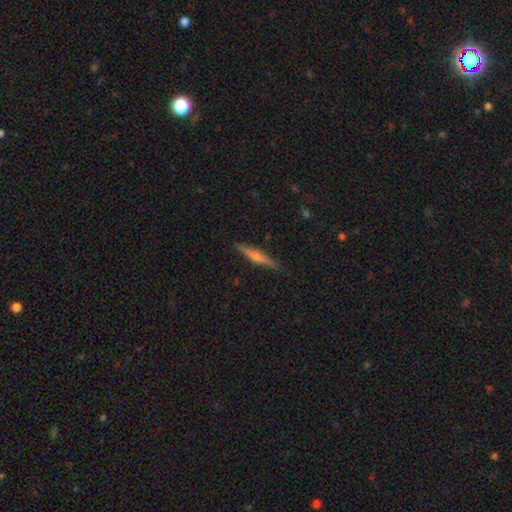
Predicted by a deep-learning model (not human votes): Smooth or featured?
  - featured or disk: 57% *
  - smooth: 36%
  - star or artifact: 7%
Edge-on disk?
  - yes: 97% *
  - no: 3%
Edge-on bulge?
  - rounded: 73% *
  - none: 17%
  - boxy: 10%
Merging?
  - none: 89% *
  - minor disturbance: 8%
  - major disturbance: 2%
  - merger: 1%